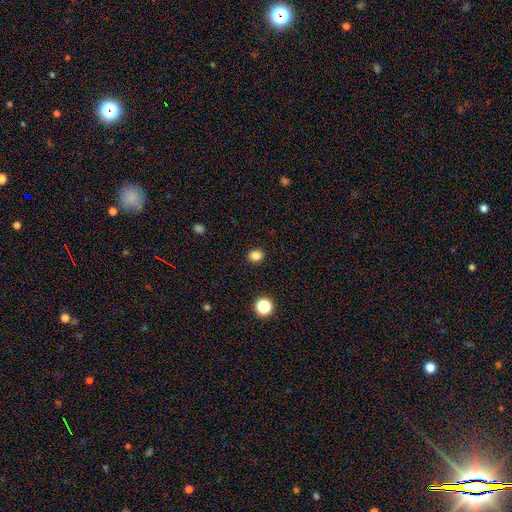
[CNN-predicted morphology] smooth 83%, star or artifact 13%, featured or disk 4%. Down the decision tree: how rounded — round (65%); merging — none (90%).